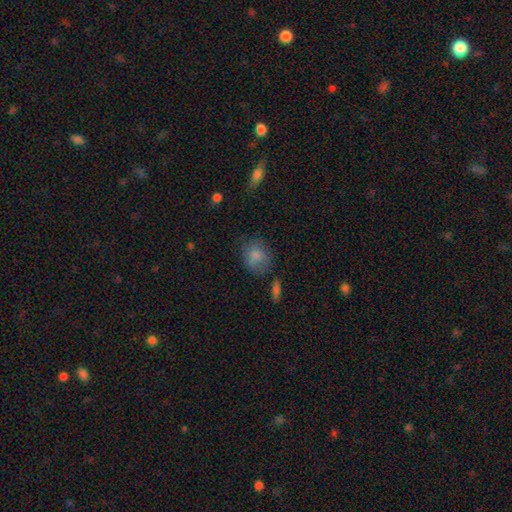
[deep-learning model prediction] Smooth or featured: smooth — 80% (featured or disk — 11%)
How rounded: round — 64% (in between — 35%)
Merging: none — 64% (minor disturbance — 23%)